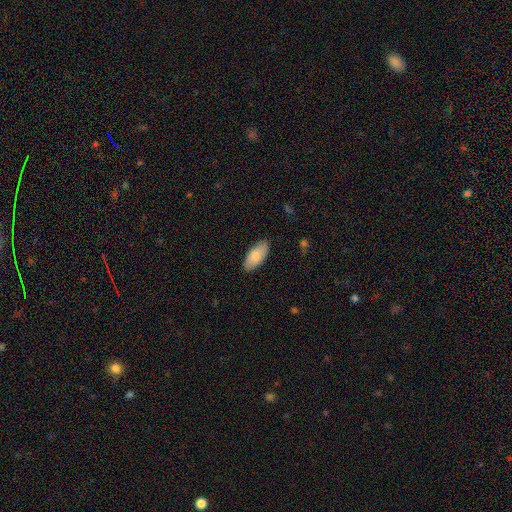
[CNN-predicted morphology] Overall: smooth (83%). How rounded: in between (91%). Merging: none (87%).